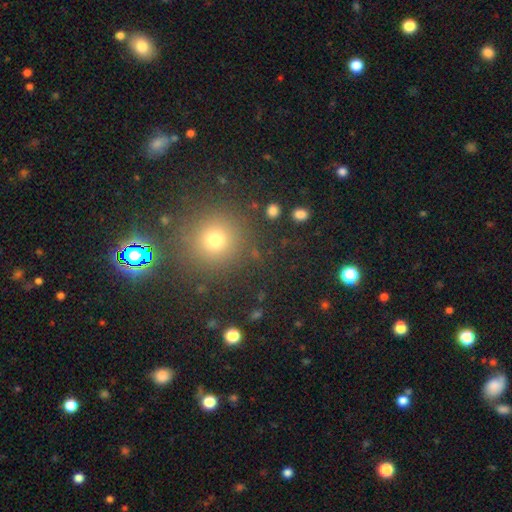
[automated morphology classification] Smooth or featured? Predicted: smooth (p=0.52). How rounded? Predicted: round (p=0.94). Merging? Predicted: none (p=0.87).